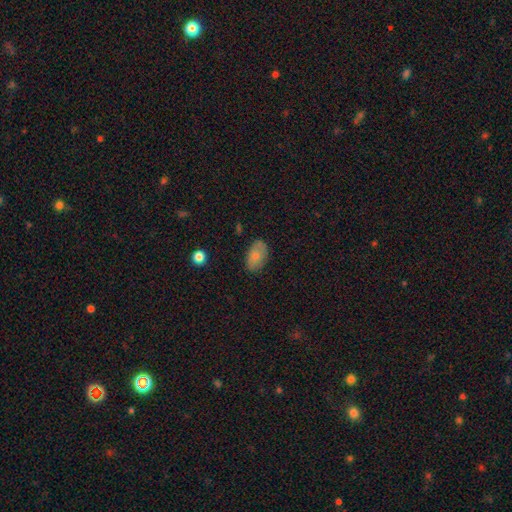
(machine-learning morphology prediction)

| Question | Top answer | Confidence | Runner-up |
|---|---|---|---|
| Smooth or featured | smooth | 75% | featured or disk (17%) |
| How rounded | in between | 90% | round (8%) |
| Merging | none | 80% | minor disturbance (15%) |